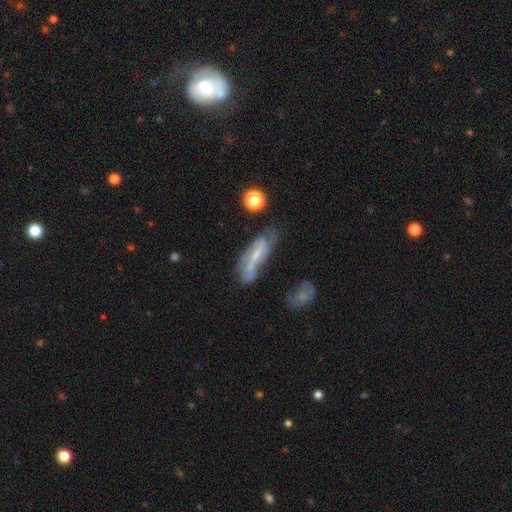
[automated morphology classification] A featured or disk galaxy (62%). Merging: none (53%).